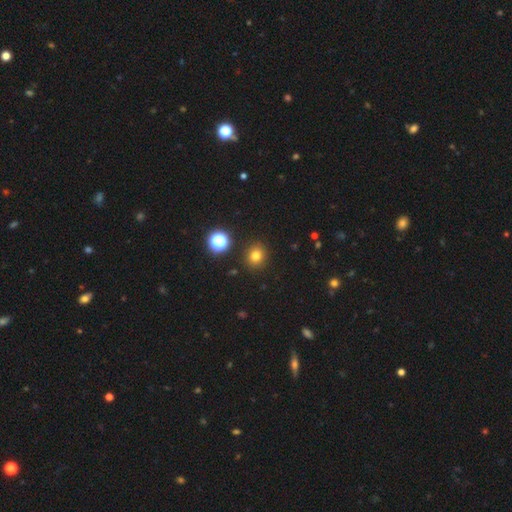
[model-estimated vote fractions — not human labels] This is likely a smooth galaxy (77%). How rounded: clearly round (85%). Merging: clearly none (90%).